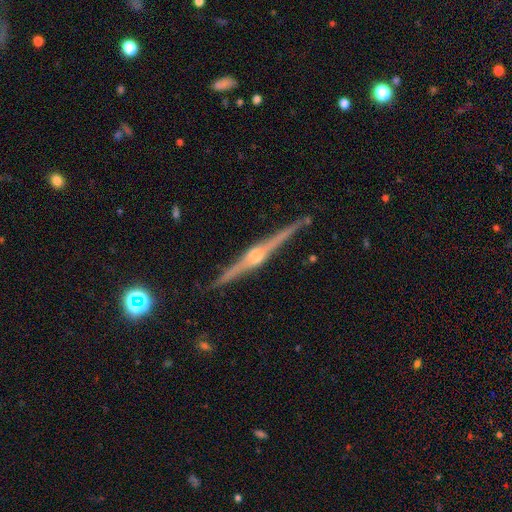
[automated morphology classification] A featured or disk galaxy (89%) viewed edge-on (99%) with a rounded central bulge (89%).

Vote fractions:
- Smooth or featured? featured or disk: 89% / smooth: 6% / star or artifact: 5%
- Edge-on disk? yes: 99% / no: 1%
- Edge-on bulge? rounded: 89% / boxy: 7% / none: 4%
- Merging? none: 91% / minor disturbance: 7% / major disturbance: 1% / merger: 1%